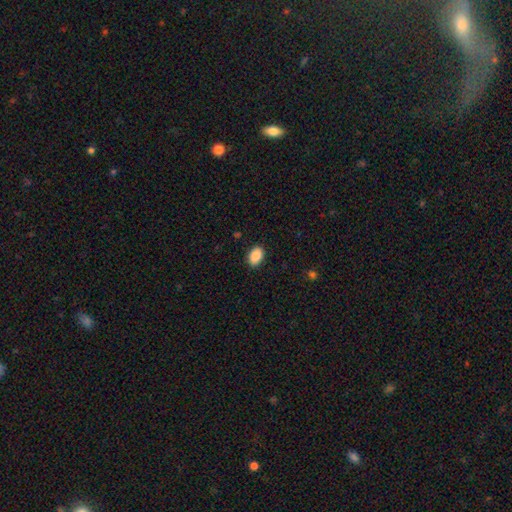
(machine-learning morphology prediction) Overall: smooth (89%). How rounded: in between (87%). Merging: none (89%).